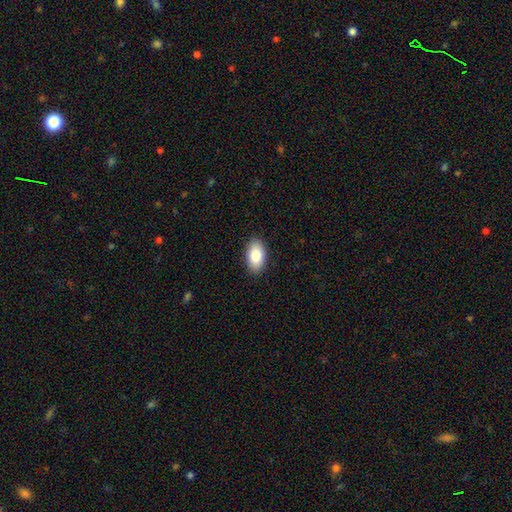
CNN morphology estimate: Overall: smooth (84%). How rounded: in between (94%). Merging: none (89%).